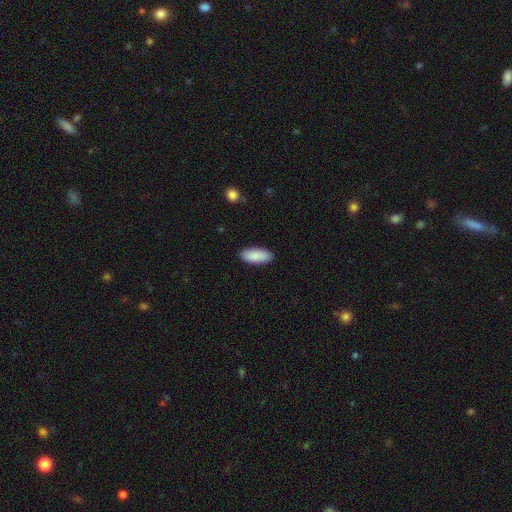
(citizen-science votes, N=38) This appears to be a smooth galaxy with no disk features (87%) that is in between round and cigar-shaped (91%). Merging: none (94%).